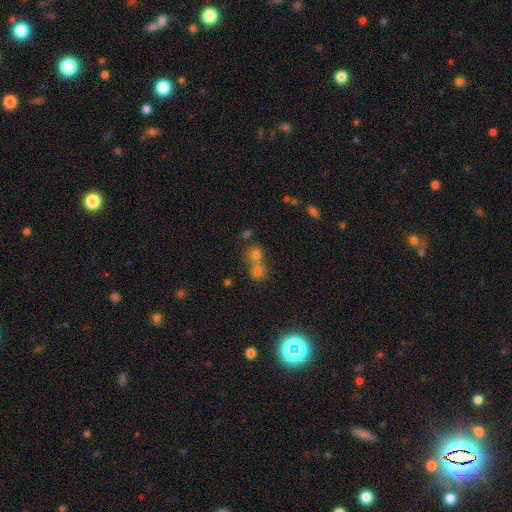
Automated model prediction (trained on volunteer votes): Smooth or featured: smooth — 61% (star or artifact — 27%)
How rounded: round — 80% (in between — 18%)
Merging: merger — 53% (none — 39%)